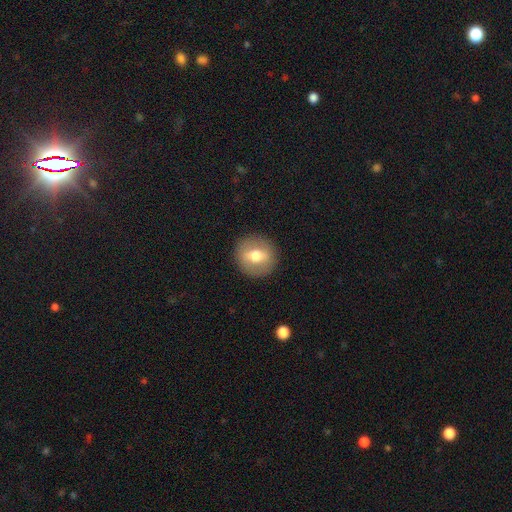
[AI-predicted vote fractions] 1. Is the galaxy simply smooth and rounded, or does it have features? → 54% smooth, 38% featured or disk, 8% star or artifact.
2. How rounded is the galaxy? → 86% round, 13% in between, 1% cigar-shaped.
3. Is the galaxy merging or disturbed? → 89% none, 7% minor disturbance, 3% major disturbance, 1% merger.